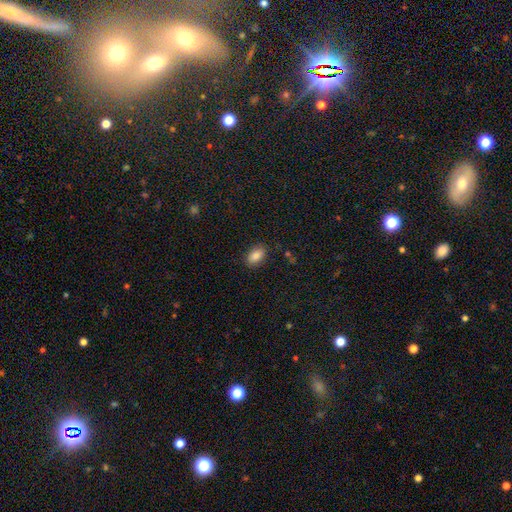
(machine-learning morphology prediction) Smooth or featured?
  - smooth: 87% *
  - star or artifact: 8%
  - featured or disk: 5%
How rounded?
  - in between: 91% *
  - round: 7%
  - cigar-shaped: 2%
Merging?
  - none: 87% *
  - minor disturbance: 9%
  - major disturbance: 3%
  - merger: 1%